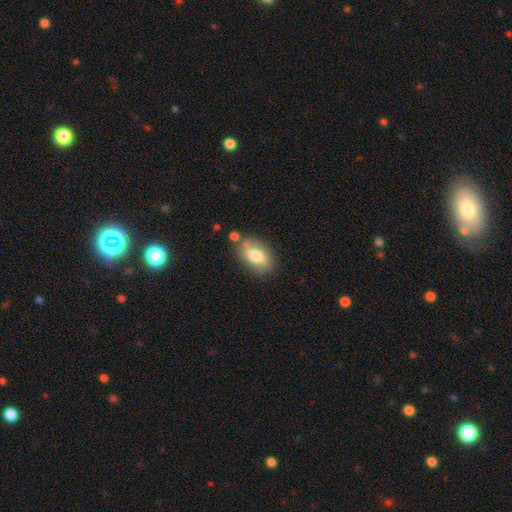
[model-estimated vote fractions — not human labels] This is likely a smooth galaxy (69%). How rounded: clearly in between (89%). Merging: likely none (68%).